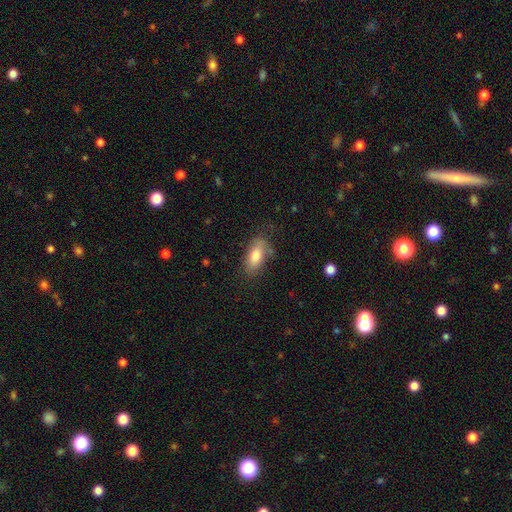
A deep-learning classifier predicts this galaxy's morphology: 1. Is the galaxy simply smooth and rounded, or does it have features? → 80% smooth, 13% featured or disk, 7% star or artifact.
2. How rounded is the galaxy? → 88% in between, 9% cigar-shaped, 4% round.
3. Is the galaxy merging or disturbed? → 70% none, 21% minor disturbance, 6% major disturbance, 3% merger.